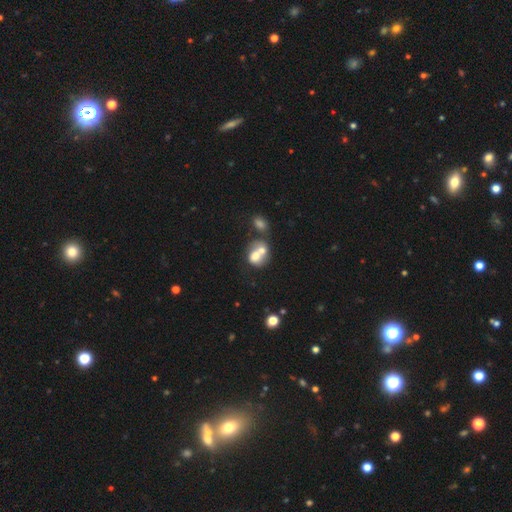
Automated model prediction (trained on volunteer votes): smooth 63%, featured or disk 28%, star or artifact 9%. Down the decision tree: how rounded — round (56%); merging — merger (71%).